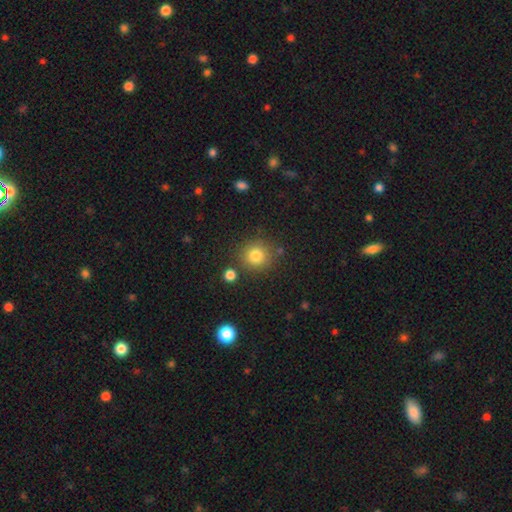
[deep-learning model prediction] smooth 81%, star or artifact 12%, featured or disk 7%. Down the decision tree: how rounded — round (91%); merging — none (81%).